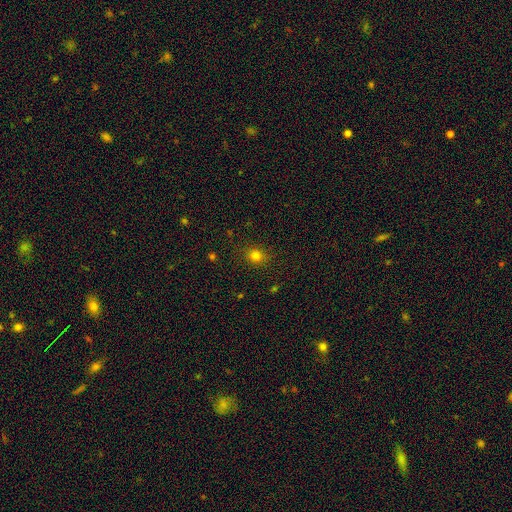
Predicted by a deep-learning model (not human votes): Morphology: type=smooth (78%); roundness=round (79%); merging=none (87%).